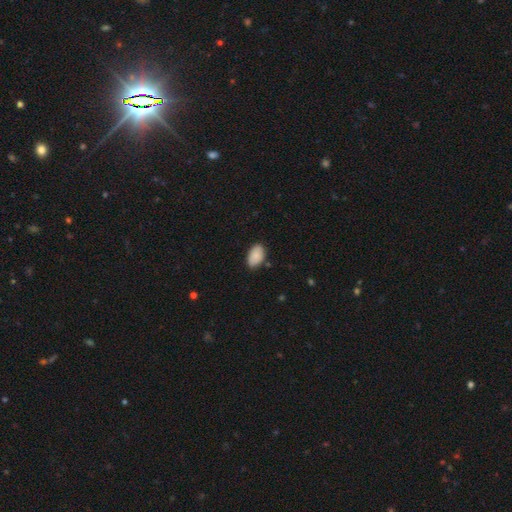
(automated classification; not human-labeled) Q: Smooth or featured?
A: smooth (88%); runner-up: star or artifact (7%)
Q: How rounded?
A: in between (94%); runner-up: round (5%)
Q: Merging?
A: none (81%); runner-up: minor disturbance (15%)